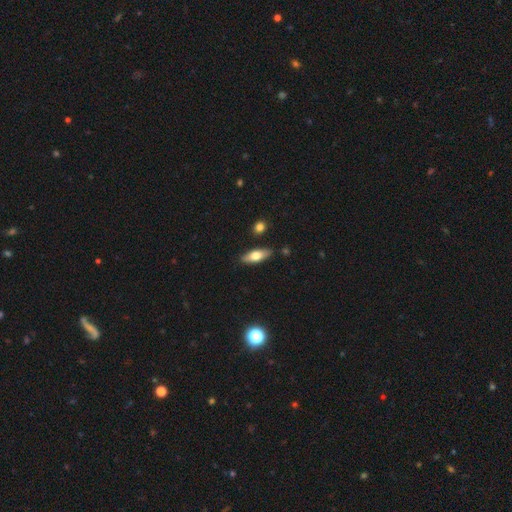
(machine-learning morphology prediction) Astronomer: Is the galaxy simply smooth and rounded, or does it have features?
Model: smooth — 62%.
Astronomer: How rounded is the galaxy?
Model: in between — 61% (runner-up: cigar-shaped, 36%).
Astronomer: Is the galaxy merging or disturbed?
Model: none — 86%.